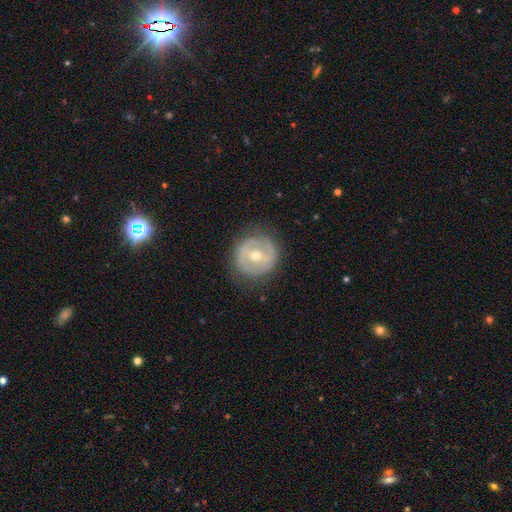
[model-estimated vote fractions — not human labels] Overall: featured or disk (68%). Edge-on disk: no (95%). Bar: weak (39%; strong 35%). Spiral arms: no (62%; yes 38%). Bulge size: moderate (58%; small 39%). Merging: none (83%).